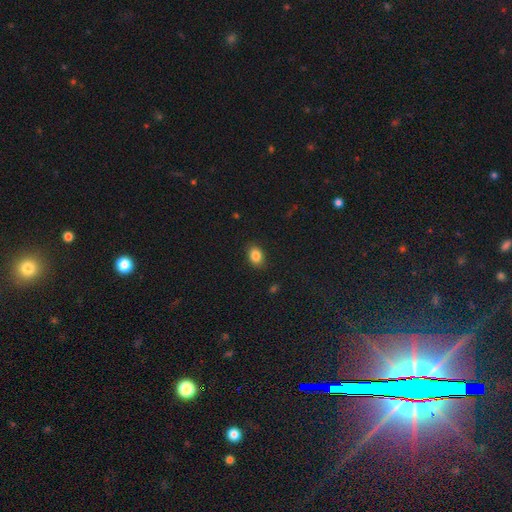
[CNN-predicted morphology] Smooth or featured: smooth — 85% (star or artifact — 9%)
How rounded: in between — 73% (round — 26%)
Merging: none — 87% (minor disturbance — 9%)